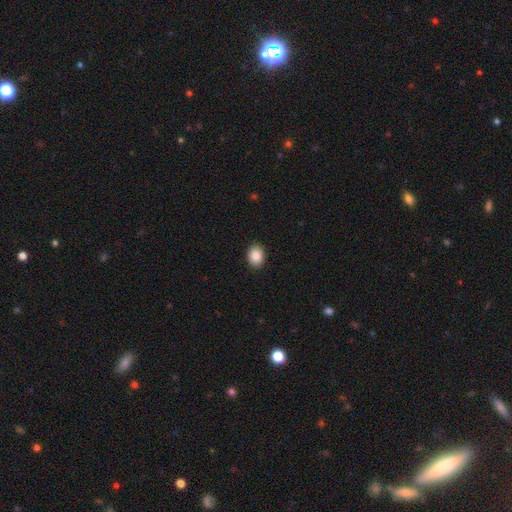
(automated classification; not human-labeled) Smooth or featured?
  - smooth: 86% *
  - star or artifact: 8%
  - featured or disk: 5%
How rounded?
  - in between: 59% *
  - round: 40%
  - cigar-shaped: 1%
Merging?
  - none: 91% *
  - minor disturbance: 6%
  - major disturbance: 2%
  - merger: 1%